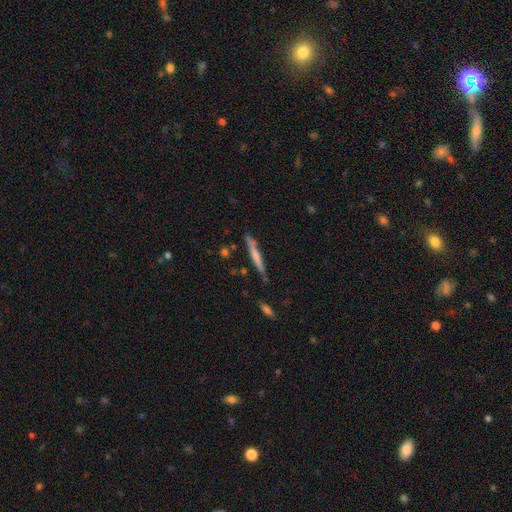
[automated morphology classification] Q: Smooth or featured?
A: smooth (55%); runner-up: featured or disk (39%)
Q: How rounded?
A: cigar-shaped (96%); runner-up: in between (3%)
Q: Merging?
A: none (82%); runner-up: minor disturbance (12%)